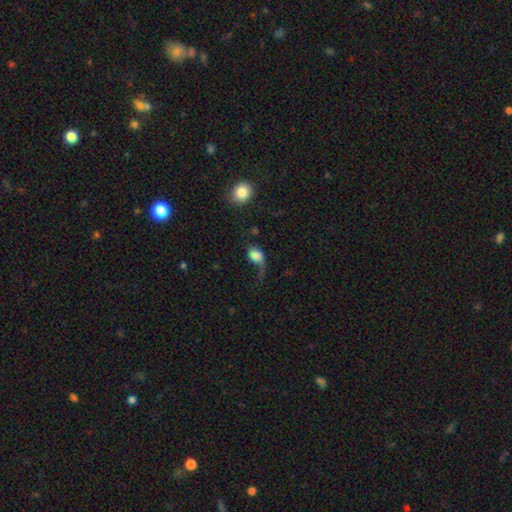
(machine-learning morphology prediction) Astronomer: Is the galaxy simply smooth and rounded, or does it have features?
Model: smooth — 71%.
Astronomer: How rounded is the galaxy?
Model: in between — 65%.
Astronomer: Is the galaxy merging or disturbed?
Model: major disturbance — 52%.